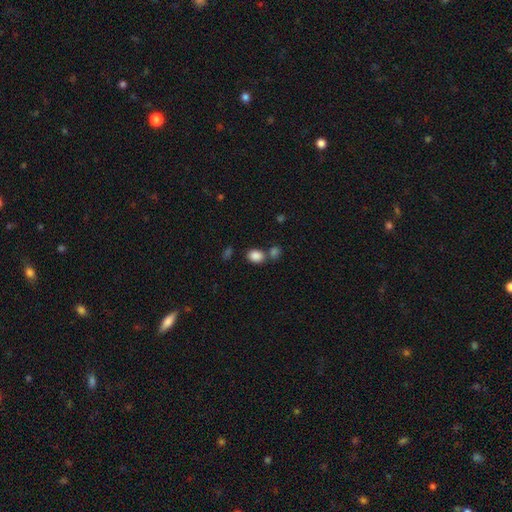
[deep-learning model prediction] A smooth galaxy with no disk features (86%) that is in between round and cigar-shaped (57%).

Vote fractions:
- Smooth or featured? smooth: 86% / star or artifact: 10% / featured or disk: 4%
- How rounded? in between: 57% / round: 42% / cigar-shaped: 1%
- Merging? none: 61% / merger: 24% / minor disturbance: 11% / major disturbance: 4%